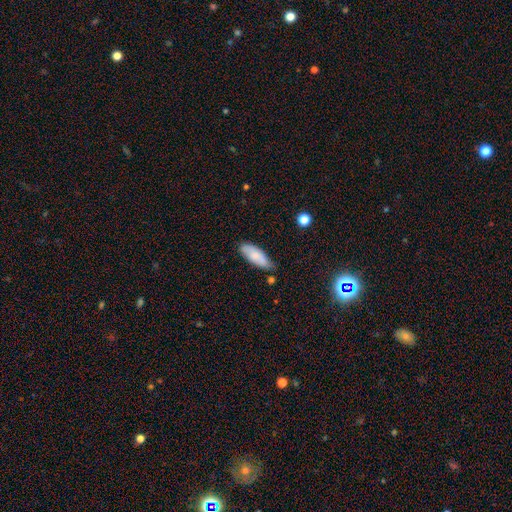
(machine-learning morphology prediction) Smooth or featured?
  - smooth: 79% *
  - featured or disk: 15%
  - star or artifact: 6%
How rounded?
  - in between: 74% *
  - cigar-shaped: 24%
  - round: 2%
Merging?
  - none: 63% *
  - minor disturbance: 29%
  - major disturbance: 4%
  - merger: 4%